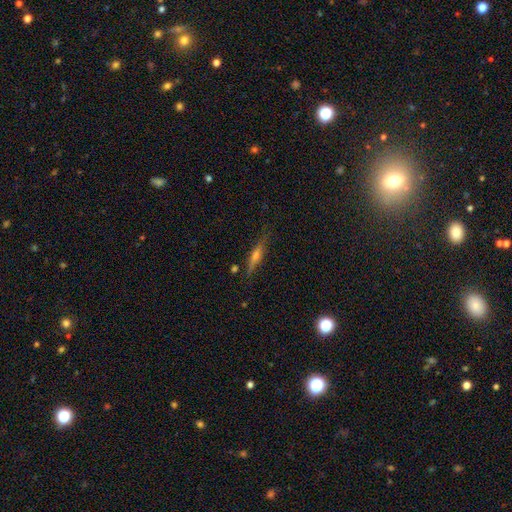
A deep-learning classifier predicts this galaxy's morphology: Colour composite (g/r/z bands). It shows a featured or disk galaxy (63%) viewed edge-on (96%) with a rounded central bulge (81%). Merging: none (84%).